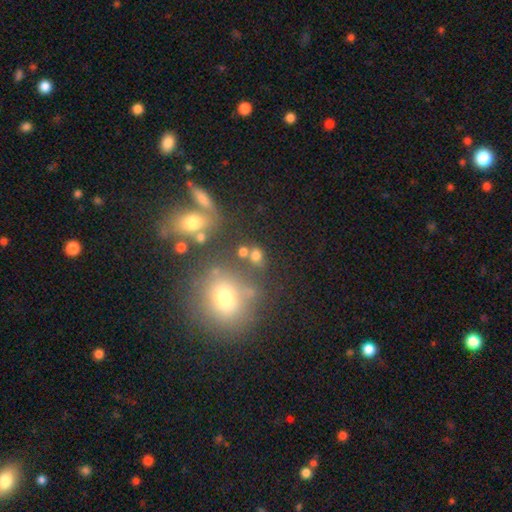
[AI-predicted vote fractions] The model was most divided on "how rounded": round: 64%, in between: 34%, cigar-shaped: 2%. More confident: smooth or featured — smooth (70%); merging — none (62%).